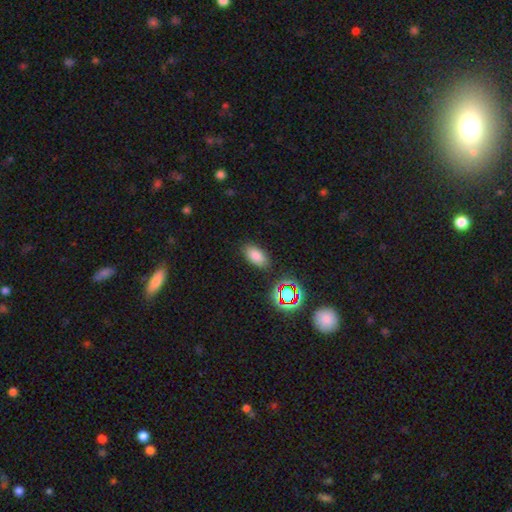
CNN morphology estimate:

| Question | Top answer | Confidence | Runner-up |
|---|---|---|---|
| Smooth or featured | smooth | 77% | star or artifact (16%) |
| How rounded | in between | 91% | round (6%) |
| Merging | none | 84% | minor disturbance (11%) |